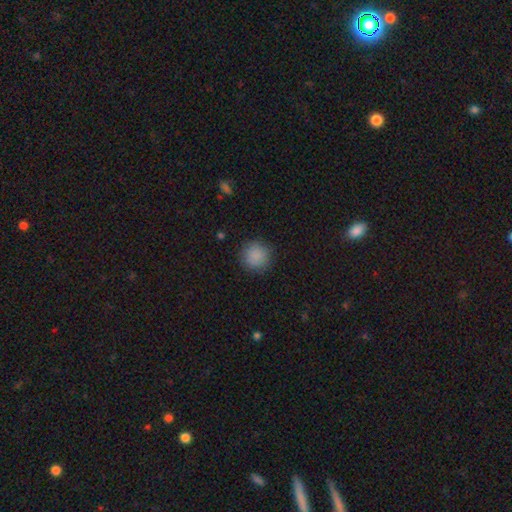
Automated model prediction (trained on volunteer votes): Smooth or featured?
  - smooth: 87% *
  - star or artifact: 9%
  - featured or disk: 4%
How rounded?
  - round: 93% *
  - in between: 6%
  - cigar-shaped: 1%
Merging?
  - none: 88% *
  - minor disturbance: 8%
  - major disturbance: 3%
  - merger: 1%